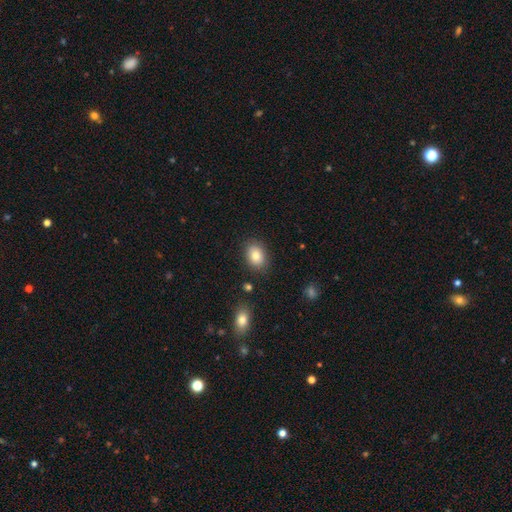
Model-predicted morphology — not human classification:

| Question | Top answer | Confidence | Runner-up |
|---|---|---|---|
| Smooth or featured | smooth | 83% | featured or disk (8%) |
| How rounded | in between | 71% | round (28%) |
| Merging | none | 84% | minor disturbance (11%) |